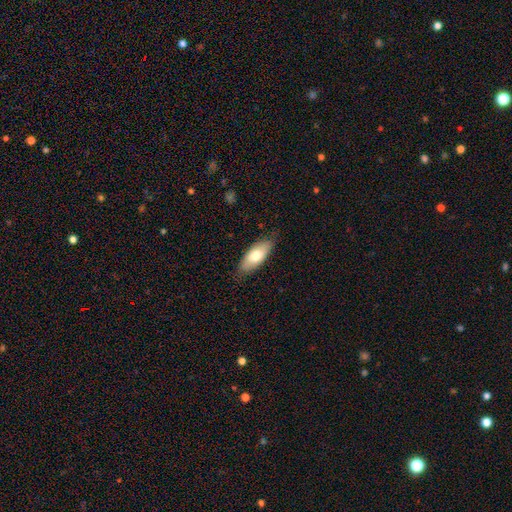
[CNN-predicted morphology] Q: Smooth or featured?
A: smooth (73%); runner-up: featured or disk (21%)
Q: How rounded?
A: in between (81%); runner-up: cigar-shaped (17%)
Q: Merging?
A: none (83%); runner-up: minor disturbance (14%)